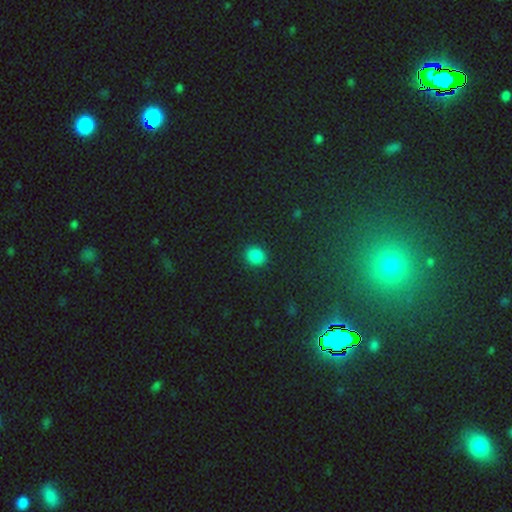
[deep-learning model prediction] This appears to be a smooth galaxy with no disk features (82%) that is round (65%). Merging: none (89%).